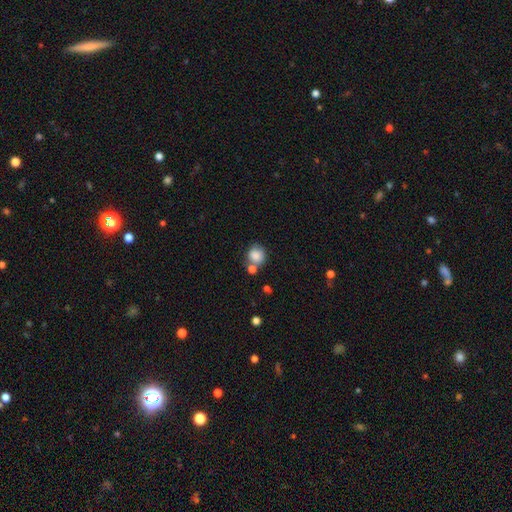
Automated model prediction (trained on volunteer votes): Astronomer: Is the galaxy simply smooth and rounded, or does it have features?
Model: smooth — 85%.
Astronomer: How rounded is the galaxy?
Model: round — 83%.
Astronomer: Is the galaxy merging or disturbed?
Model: none — 57%.